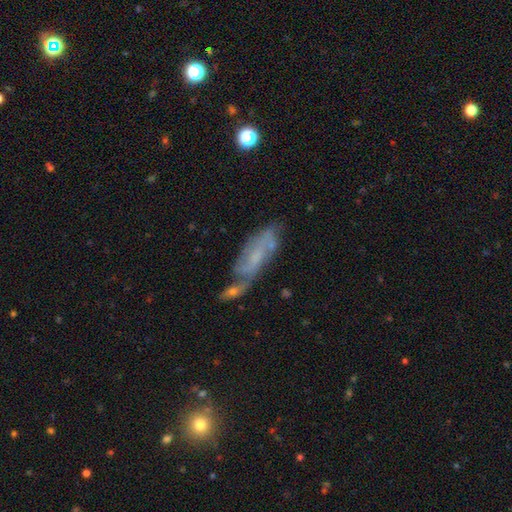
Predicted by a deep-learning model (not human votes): smooth-or-featured: featured or disk: 65% | smooth: 25% | star or artifact: 10%
  disk-edge-on: no: 83% | yes: 17%
    bar: no: 46% | weak: 42% | strong: 12%
    has-spiral-arms: yes: 85% | no: 15%
    bulge-size: small: 43% | none: 35% | moderate: 19% | large: 2% | dominant: 1%
  merging: none: 49% | minor disturbance: 22% | merger: 16% | major disturbance: 13%